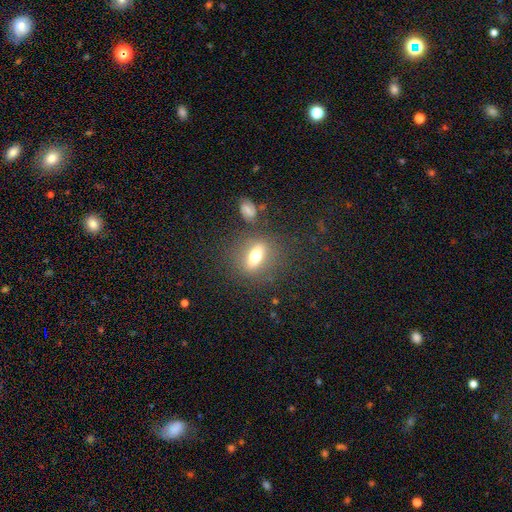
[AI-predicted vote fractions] Smooth or featured? Predicted: smooth (p=0.59). How rounded? Predicted: in between (p=0.64). Merging? Predicted: none (p=0.79).